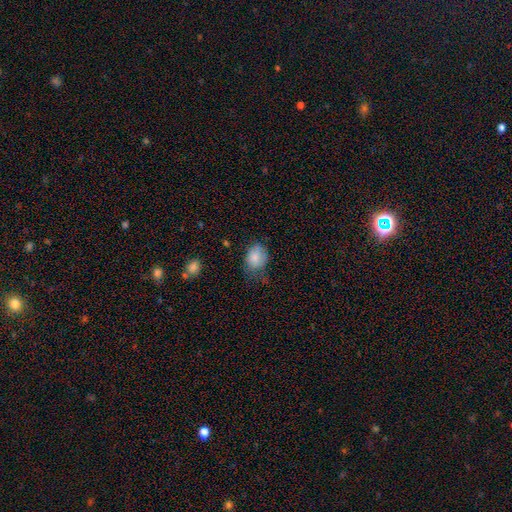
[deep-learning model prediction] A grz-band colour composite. It shows a smooth galaxy with no disk features (82%) that is in between round and cigar-shaped (64%). Merging: none (49%).